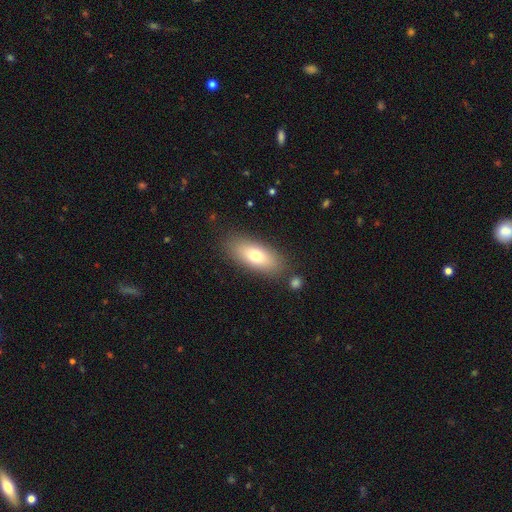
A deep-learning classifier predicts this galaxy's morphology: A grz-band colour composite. It shows a smooth galaxy with no disk features (71%) that is in between round and cigar-shaped (81%). Merging: none (83%).